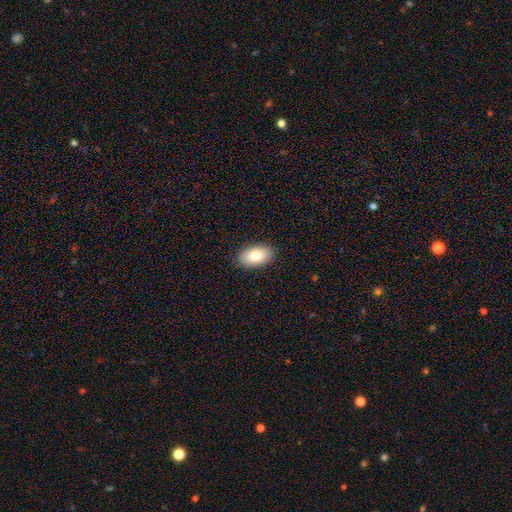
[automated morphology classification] The model was most divided on "smooth or featured": smooth: 83%, featured or disk: 10%, star or artifact: 7%. More confident: how rounded — in between (94%); merging — none (88%).